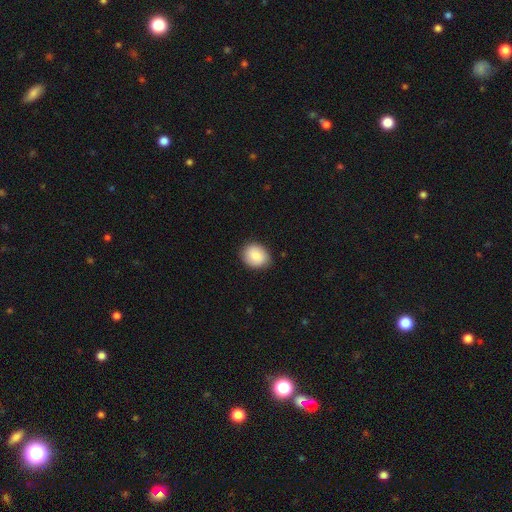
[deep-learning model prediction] A smooth galaxy with no disk features (83%) that is round (57%).

Vote fractions:
- Smooth or featured? smooth: 83% / featured or disk: 10% / star or artifact: 7%
- How rounded? round: 57% / in between: 42% / cigar-shaped: 1%
- Merging? none: 86% / minor disturbance: 11% / major disturbance: 2% / merger: 1%